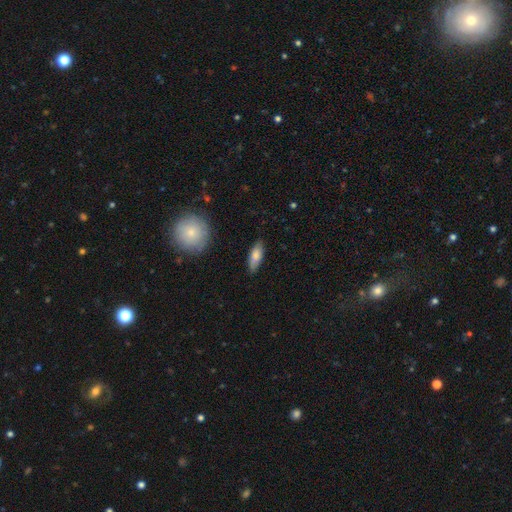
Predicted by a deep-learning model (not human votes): A smooth galaxy with no disk features (76%) that is in between round and cigar-shaped (72%). Merging: none (81%).